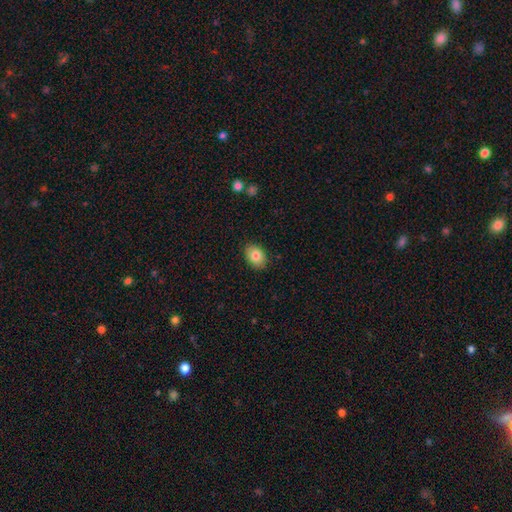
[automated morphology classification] This appears to be a smooth galaxy with no disk features (83%) that is in between round and cigar-shaped (75%). Merging: none (88%).